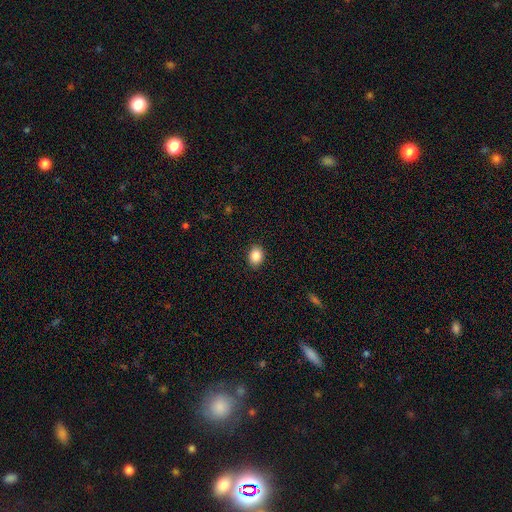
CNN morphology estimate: Smooth or featured: smooth — 86% (star or artifact — 9%)
How rounded: in between — 57% (round — 42%)
Merging: none — 90% (minor disturbance — 7%)